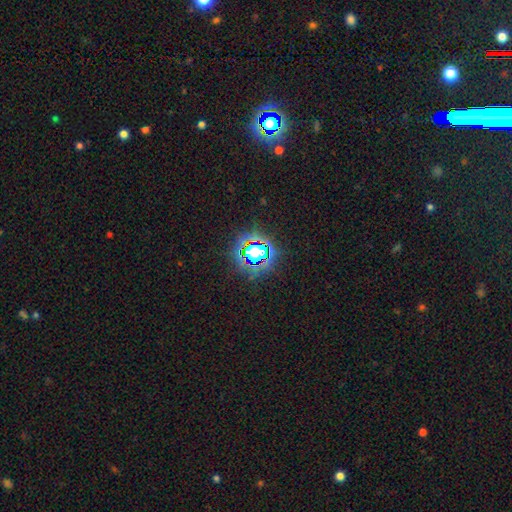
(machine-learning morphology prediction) Smooth or featured: star or artifact — 78% (smooth — 14%)